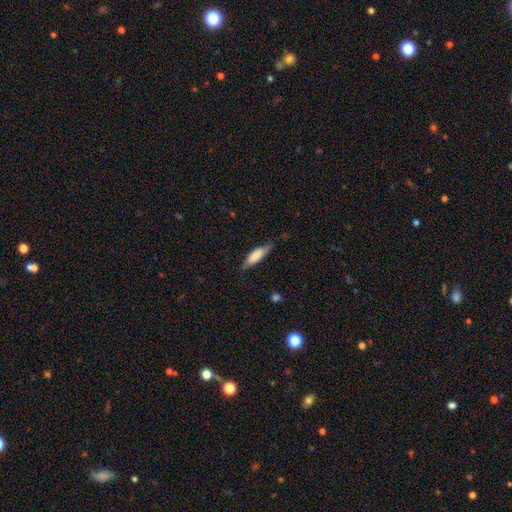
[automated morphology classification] Smooth or featured: smooth — 68% (featured or disk — 26%)
How rounded: in between — 54% (cigar-shaped — 44%)
Merging: none — 62% (minor disturbance — 28%)